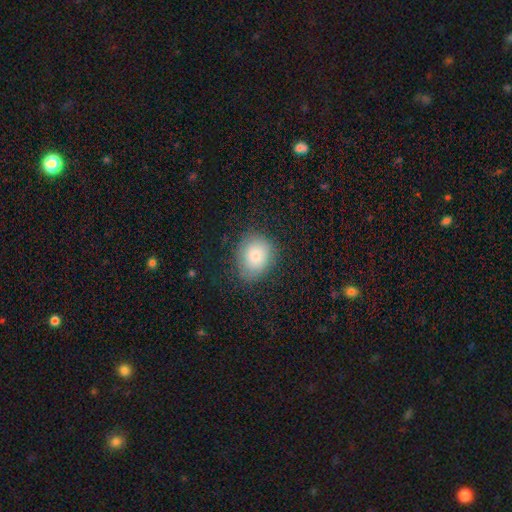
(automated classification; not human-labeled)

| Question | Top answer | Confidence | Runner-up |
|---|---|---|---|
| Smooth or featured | smooth | 75% | featured or disk (15%) |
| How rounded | round | 61% | in between (38%) |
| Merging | none | 76% | minor disturbance (17%) |